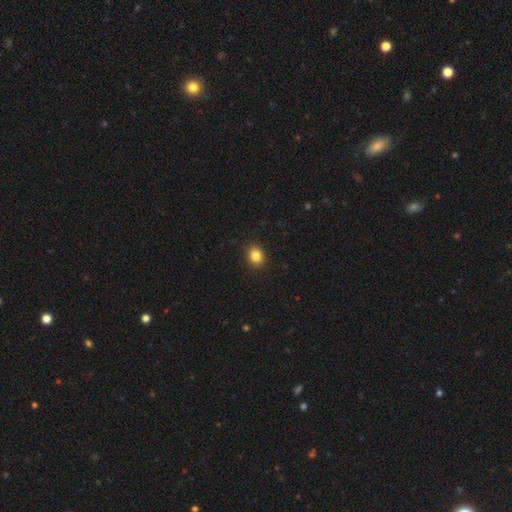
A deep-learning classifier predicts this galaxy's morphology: A smooth galaxy with no disk features (85%) that is round (65%). Merging: none (91%).